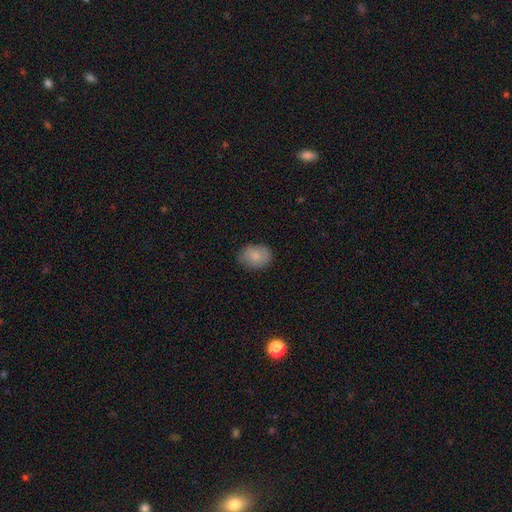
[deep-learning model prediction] A smooth galaxy with no disk features (83%) that is in between round and cigar-shaped (67%).

Vote fractions:
- Smooth or featured? smooth: 83% / featured or disk: 10% / star or artifact: 7%
- How rounded? in between: 67% / round: 32% / cigar-shaped: 1%
- Merging? none: 78% / minor disturbance: 17% / major disturbance: 4% / merger: 1%